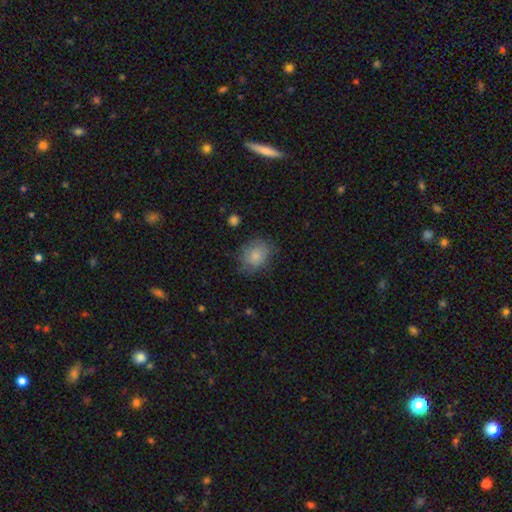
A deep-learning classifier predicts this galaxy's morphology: smooth 81%, featured or disk 11%, star or artifact 8%. Down the decision tree: how rounded — round (54%); merging — none (66%).